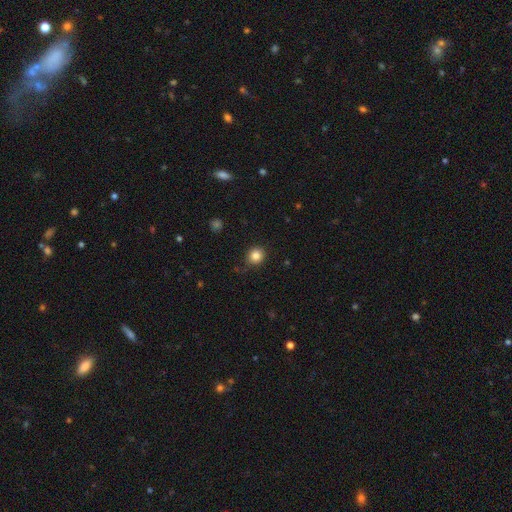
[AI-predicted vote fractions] Overall: smooth (84%). How rounded: round (84%). Merging: none (87%).